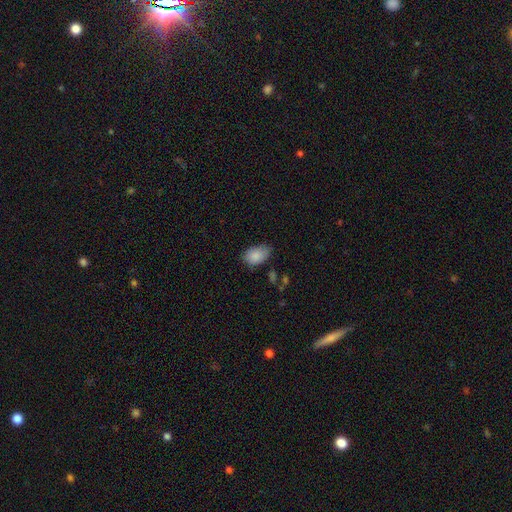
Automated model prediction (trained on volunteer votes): A smooth galaxy with no disk features (87%) that is in between round and cigar-shaped (88%).

Vote fractions:
- Smooth or featured? smooth: 87% / star or artifact: 7% / featured or disk: 6%
- How rounded? in between: 88% / round: 11% / cigar-shaped: 1%
- Merging? none: 60% / minor disturbance: 32% / major disturbance: 6% / merger: 3%